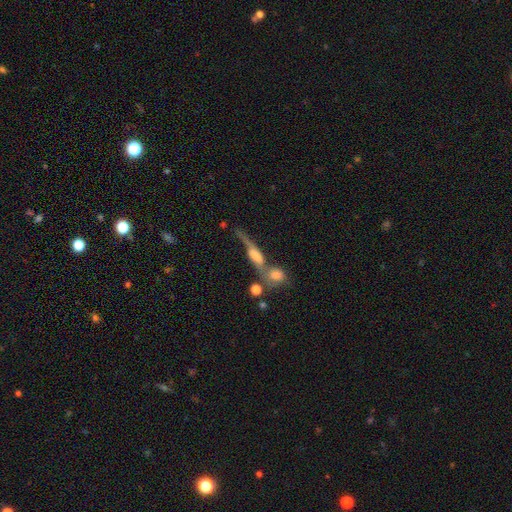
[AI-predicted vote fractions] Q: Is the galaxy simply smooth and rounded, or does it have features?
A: featured or disk — 61%.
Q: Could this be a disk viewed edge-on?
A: yes — 73%.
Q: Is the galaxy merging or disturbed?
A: merger — 40%.